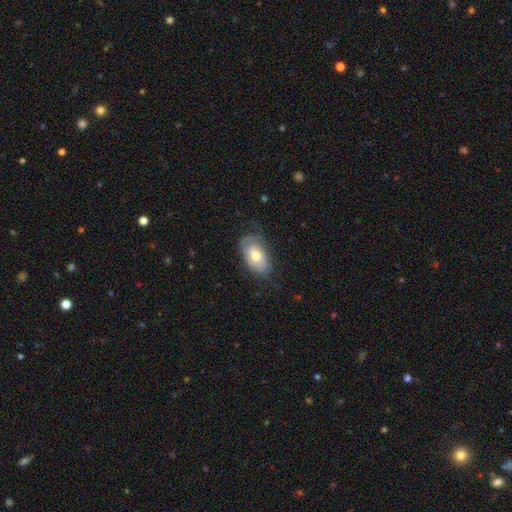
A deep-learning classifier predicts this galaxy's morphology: Smooth or featured? smooth (49%)
Merging? none (57%)